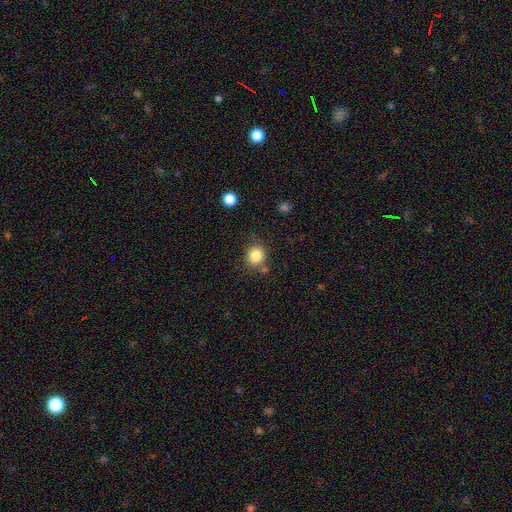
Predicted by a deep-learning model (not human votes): smooth 84%, star or artifact 11%, featured or disk 6%. Down the decision tree: how rounded — round (87%); merging — none (75%).